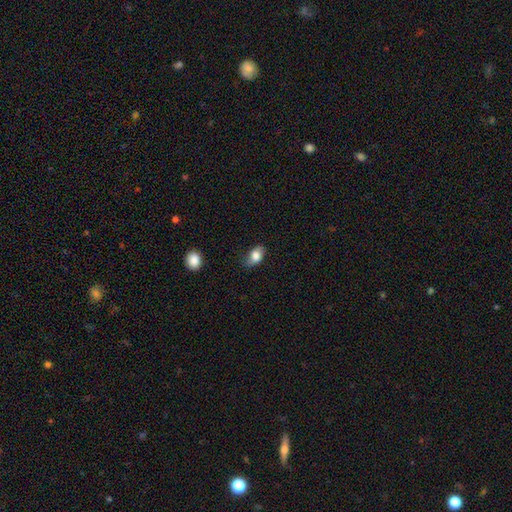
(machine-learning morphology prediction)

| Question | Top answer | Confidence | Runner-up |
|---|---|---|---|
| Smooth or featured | smooth | 80% | featured or disk (12%) |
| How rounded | in between | 83% | round (15%) |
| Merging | none | 64% | minor disturbance (28%) |